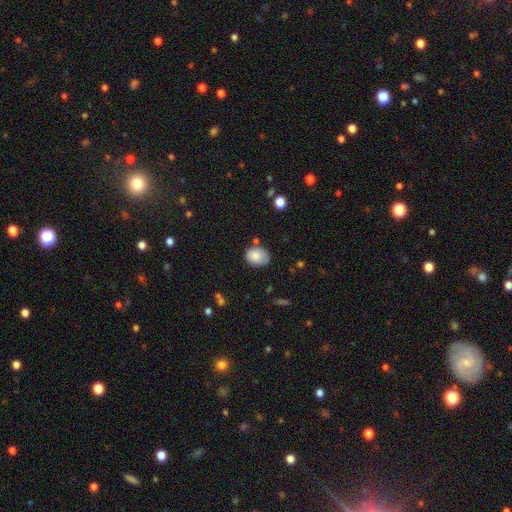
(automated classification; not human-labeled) Smooth or featured: smooth — 84% (featured or disk — 8%)
How rounded: in between — 64% (round — 35%)
Merging: none — 70% (minor disturbance — 21%)